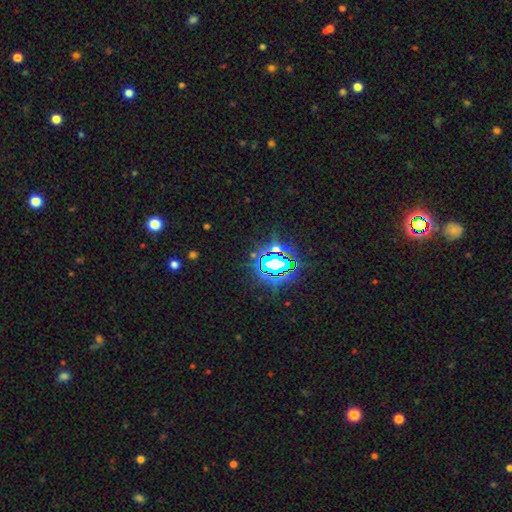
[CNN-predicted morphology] Smooth or featured? star or artifact (80%)